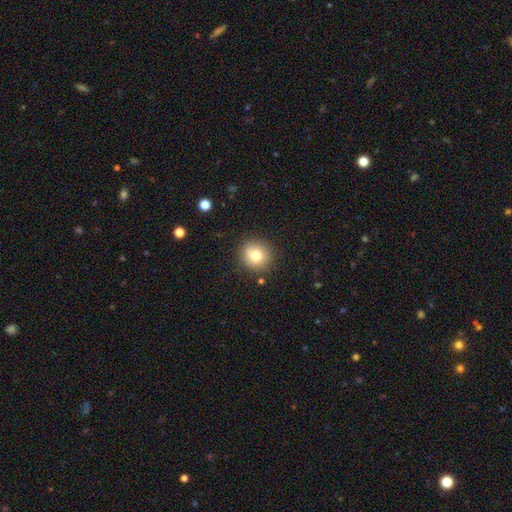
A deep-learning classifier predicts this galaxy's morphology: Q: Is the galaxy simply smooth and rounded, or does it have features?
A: smooth — 78%.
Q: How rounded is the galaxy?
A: round — 90%.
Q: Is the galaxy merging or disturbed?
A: none — 87%.